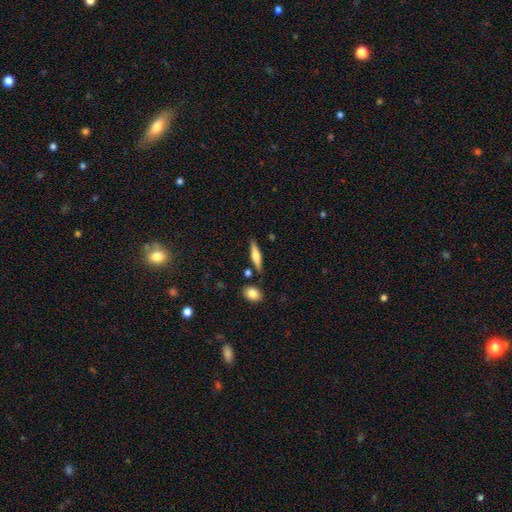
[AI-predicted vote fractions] smooth-or-featured: smooth: 54% | featured or disk: 39% | star or artifact: 6%
  how-rounded: cigar-shaped: 74% | in between: 23% | round: 3%
  merging: none: 82% | minor disturbance: 10% | merger: 5% | major disturbance: 3%